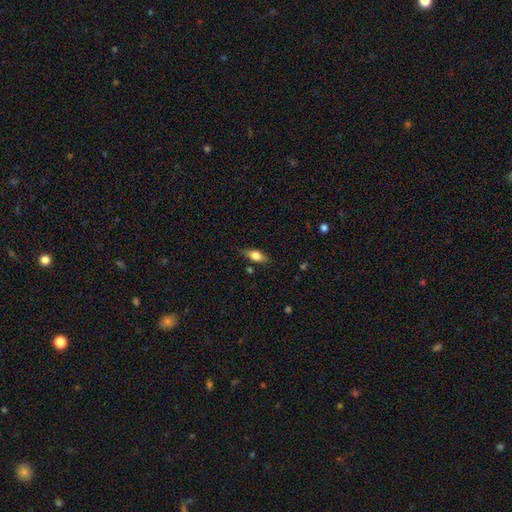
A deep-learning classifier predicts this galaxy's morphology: smooth-or-featured: smooth: 70% | featured or disk: 22% | star or artifact: 7%
  how-rounded: in between: 78% | cigar-shaped: 17% | round: 4%
  merging: none: 79% | minor disturbance: 16% | major disturbance: 3% | merger: 2%